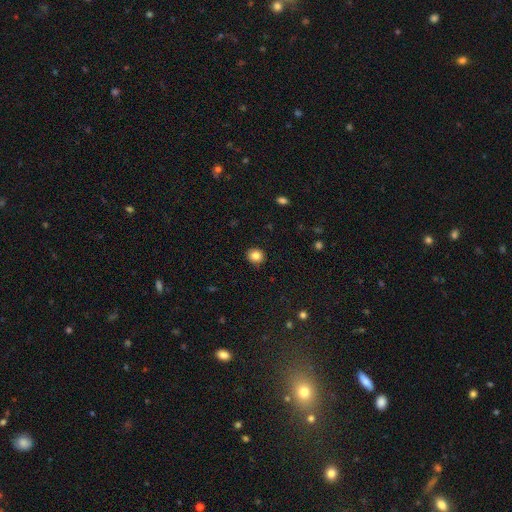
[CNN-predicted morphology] Q: Smooth or featured?
A: smooth (84%); runner-up: star or artifact (10%)
Q: How rounded?
A: round (86%); runner-up: in between (13%)
Q: Merging?
A: none (91%); runner-up: minor disturbance (6%)